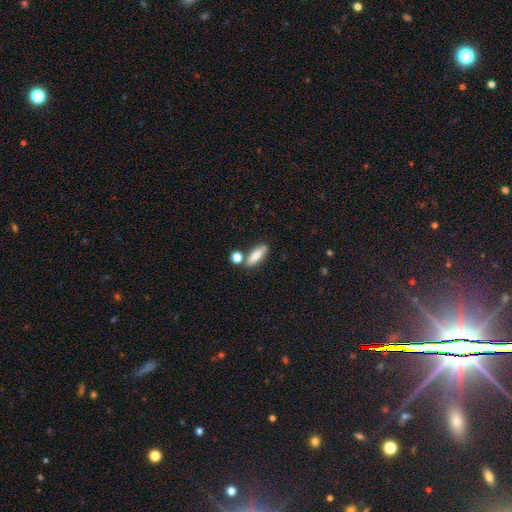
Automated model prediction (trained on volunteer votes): Smooth or featured? Predicted: smooth (p=0.78). How rounded? Predicted: in between (p=0.50). Merging? Predicted: none (p=0.72).